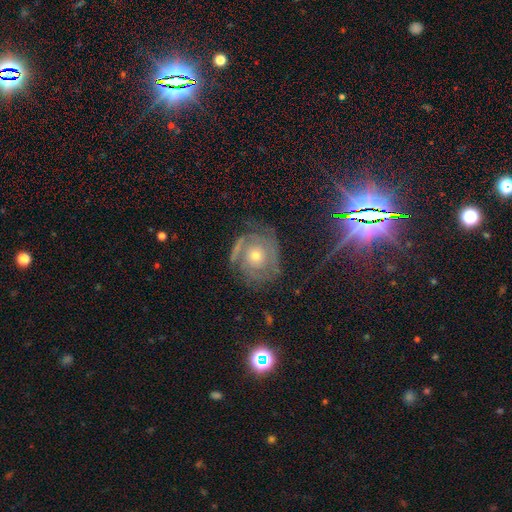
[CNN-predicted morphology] smooth-or-featured: featured or disk: 76% | smooth: 12% | star or artifact: 12%
  disk-edge-on: no: 96% | yes: 4%
    bar: no: 81% | weak: 15% | strong: 4%
    has-spiral-arms: yes: 89% | no: 11%
      spiral-winding: tight: 66% | medium: 27% | loose: 7%
      spiral-arm-count: 2: 34% | can't tell: 30% | 3: 20% | 1: 6% | 4: 6% | more than 4: 5%
    bulge-size: moderate: 52% | small: 43% | large: 2% | none: 1% | dominant: 1%
  merging: none: 68% | minor disturbance: 19% | major disturbance: 10% | merger: 3%